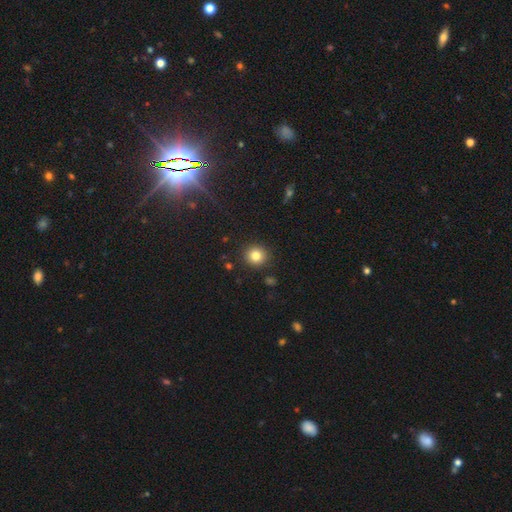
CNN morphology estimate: smooth-or-featured: smooth: 82% | star or artifact: 11% | featured or disk: 7%
  how-rounded: round: 91% | in between: 8% | cigar-shaped: 1%
  merging: none: 90% | minor disturbance: 6% | major disturbance: 2% | merger: 2%